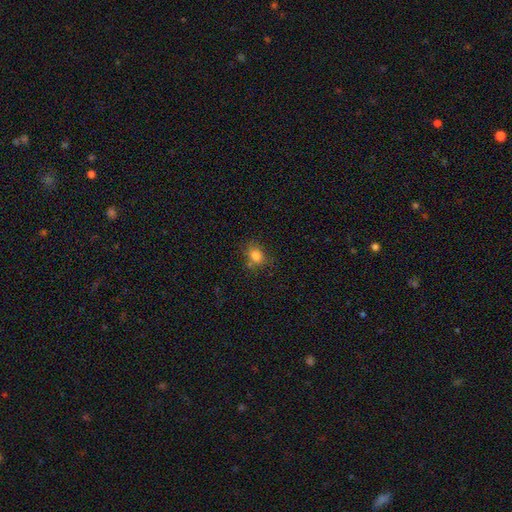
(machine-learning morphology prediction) Smooth or featured? Predicted: smooth (p=0.81). How rounded? Predicted: round (p=0.52). Merging? Predicted: none (p=0.69).